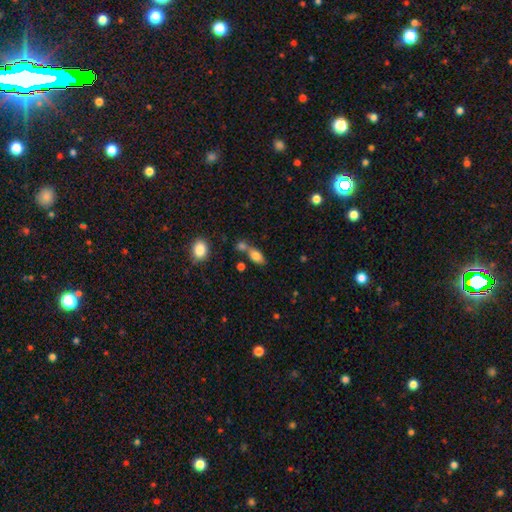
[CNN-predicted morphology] Smooth or featured? smooth (79%)
How rounded? in between (84%)
Merging? none (47%)